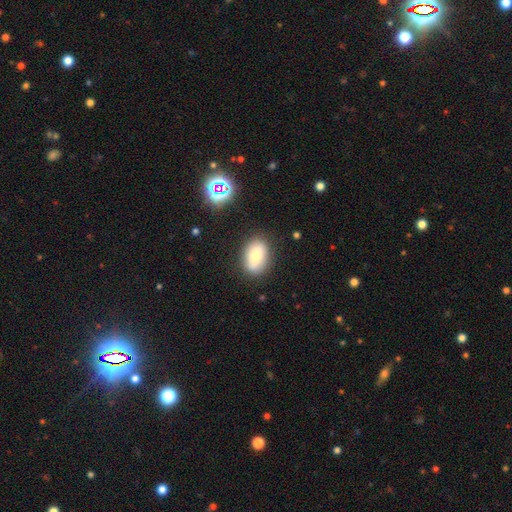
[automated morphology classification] Q: Smooth or featured?
A: smooth (76%); runner-up: featured or disk (15%)
Q: How rounded?
A: in between (86%); runner-up: round (12%)
Q: Merging?
A: none (81%); runner-up: minor disturbance (13%)